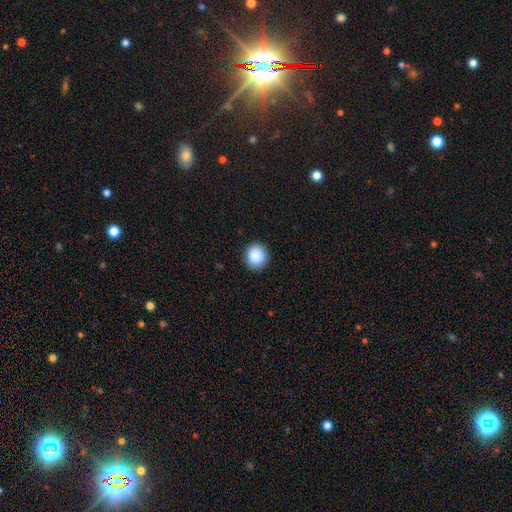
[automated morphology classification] smooth_or_featured: smooth (p=0.89) [alt: star or artifact p=0.08]
how_rounded: round (p=0.84) [alt: in between p=0.15]
merging: none (p=0.88) [alt: minor disturbance p=0.09]